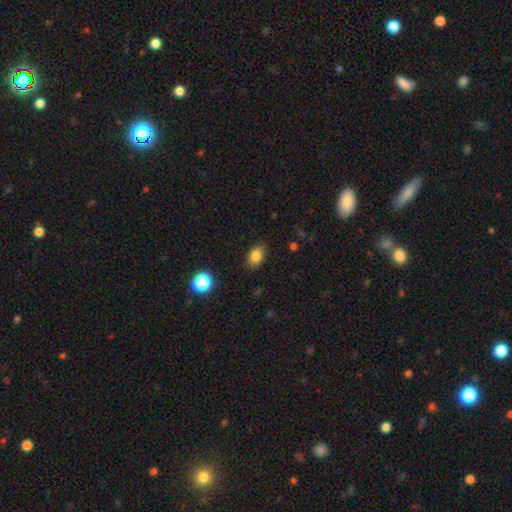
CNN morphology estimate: Overall: smooth (83%). How rounded: in between (82%). Merging: none (85%).